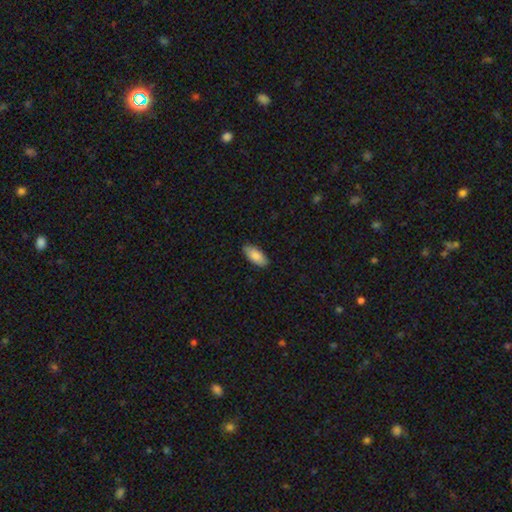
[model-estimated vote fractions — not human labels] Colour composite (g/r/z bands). It shows a smooth galaxy with no disk features (86%) that is in between round and cigar-shaped (89%). Merging: none (87%).